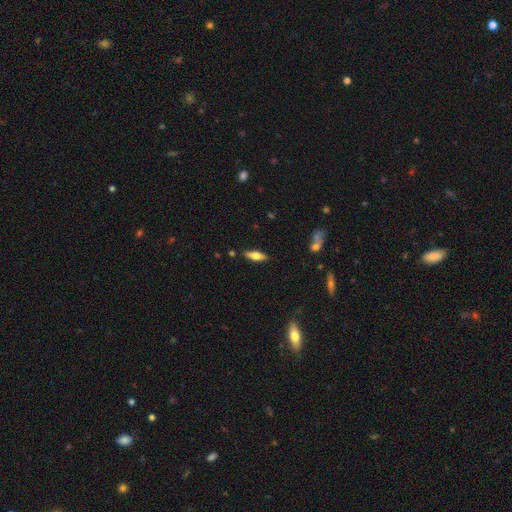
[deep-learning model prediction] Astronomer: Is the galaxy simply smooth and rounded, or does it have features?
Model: smooth — 52% (runner-up: featured or disk, 41%).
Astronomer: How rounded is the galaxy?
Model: in between — 53% (runner-up: cigar-shaped, 44%).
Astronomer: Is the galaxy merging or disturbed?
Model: none — 85%.